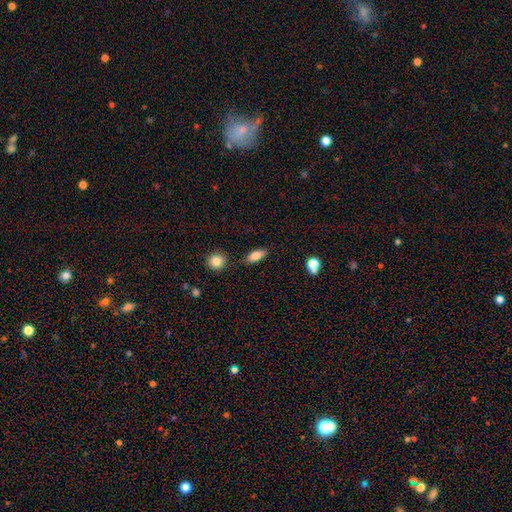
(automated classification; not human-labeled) smooth-or-featured: smooth: 80% | featured or disk: 12% | star or artifact: 8%
  how-rounded: in between: 75% | cigar-shaped: 21% | round: 4%
  merging: none: 82% | minor disturbance: 12% | merger: 3% | major disturbance: 3%